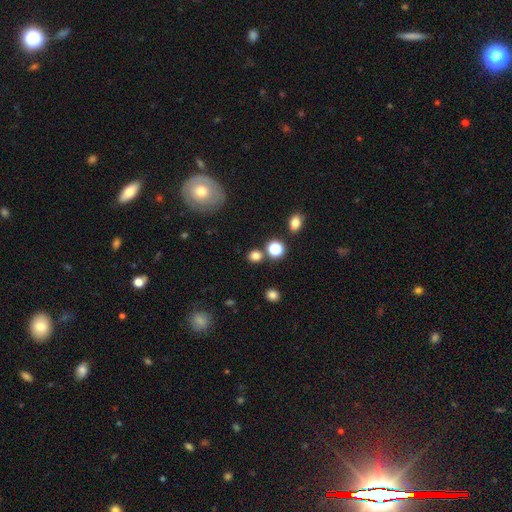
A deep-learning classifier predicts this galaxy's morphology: This appears to be a smooth galaxy with no disk features (76%) that is round (83%). Merging: none (80%).